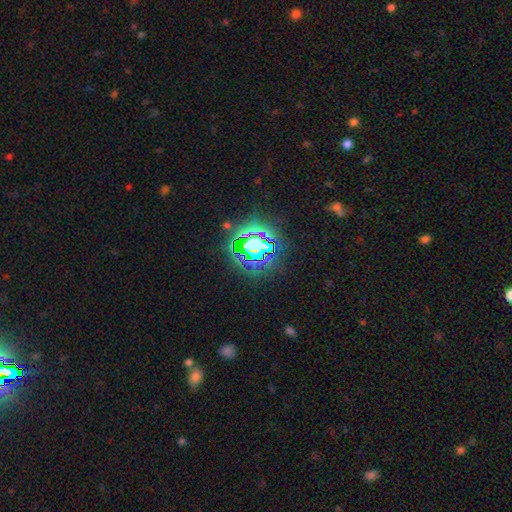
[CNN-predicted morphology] Smooth or featured? Predicted: star or artifact (p=0.73).